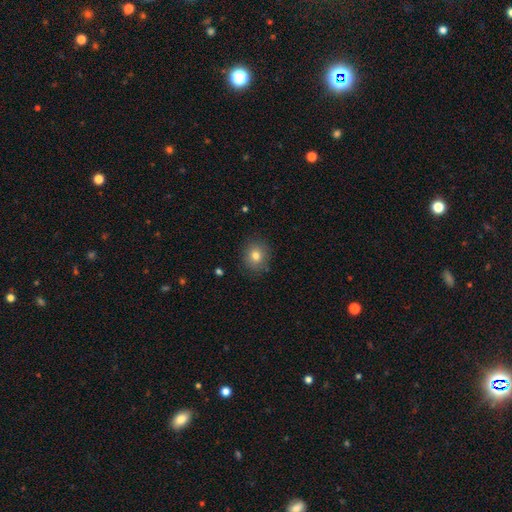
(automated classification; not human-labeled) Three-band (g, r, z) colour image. It shows a smooth galaxy with no disk features (78%) that is round (79%). Merging: none (87%).